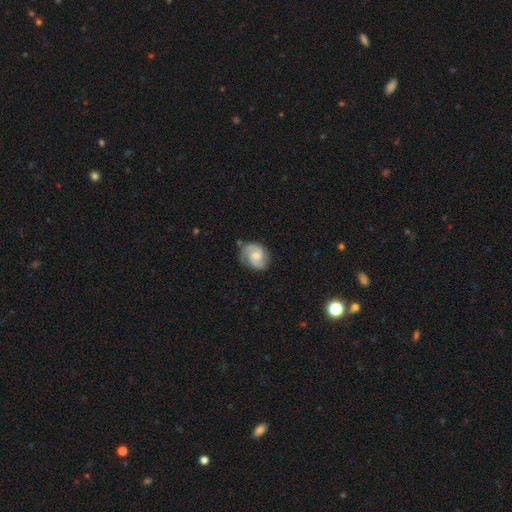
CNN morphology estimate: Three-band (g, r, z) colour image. It shows a featured or disk galaxy (75%) with no bar (55%), 2 (84%) medium (49%) spiral arms (95%) and a moderate central bulge (41%). Merging: none (72%).